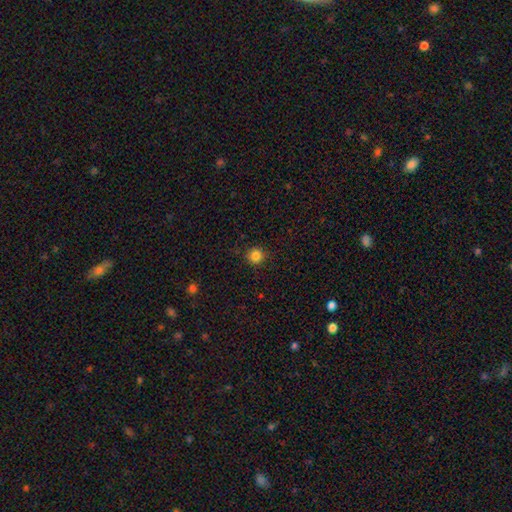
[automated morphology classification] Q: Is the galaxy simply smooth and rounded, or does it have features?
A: smooth — 83%.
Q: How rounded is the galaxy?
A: round — 94%.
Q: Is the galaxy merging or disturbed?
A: none — 90%.